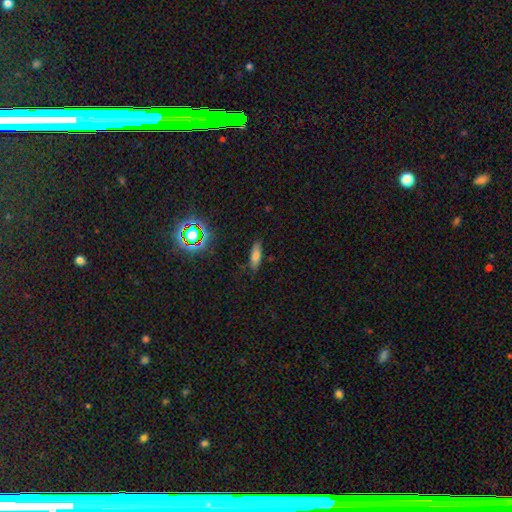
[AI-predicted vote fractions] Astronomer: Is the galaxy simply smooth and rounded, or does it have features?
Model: smooth — 70%.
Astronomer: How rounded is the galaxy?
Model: in between — 51% (runner-up: cigar-shaped, 46%).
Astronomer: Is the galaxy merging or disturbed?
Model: none — 81%.